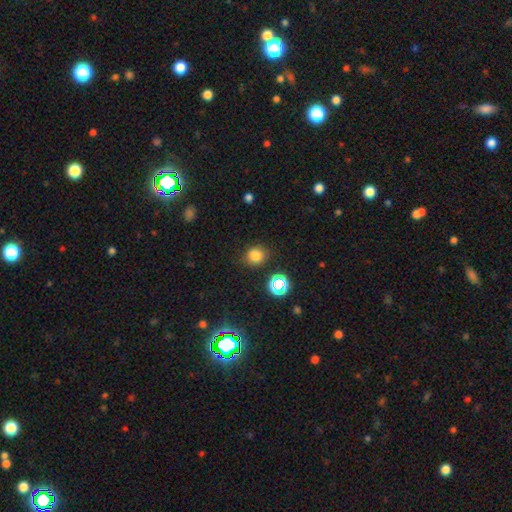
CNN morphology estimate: smooth_or_featured: smooth (p=0.76) [alt: star or artifact p=0.18]
how_rounded: round (p=0.74) [alt: in between p=0.25]
merging: none (p=0.81) [alt: minor disturbance p=0.13]